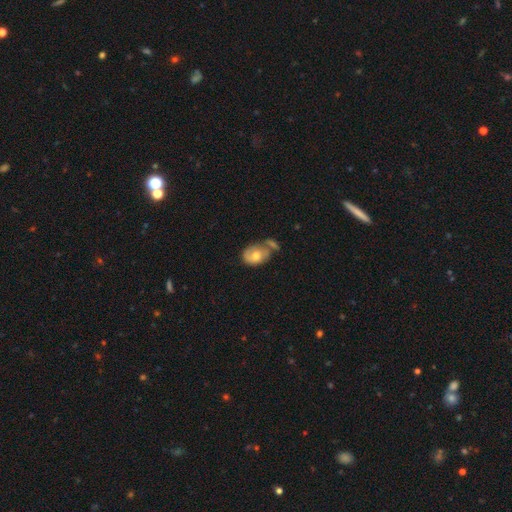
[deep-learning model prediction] smooth 56%, featured or disk 37%, star or artifact 7%. Down the decision tree: how rounded — in between (73%); merging — none (32%).